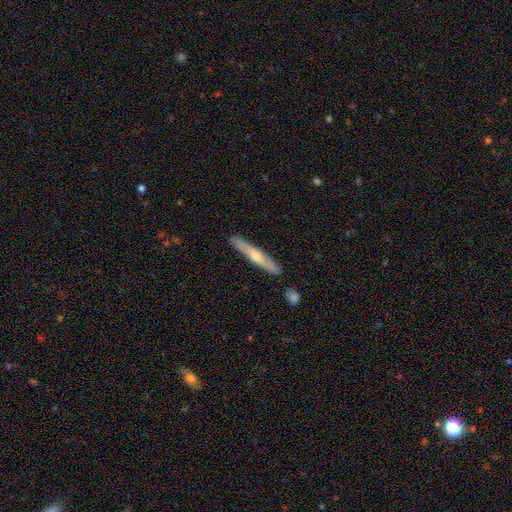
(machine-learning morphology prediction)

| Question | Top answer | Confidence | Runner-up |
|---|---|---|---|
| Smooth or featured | featured or disk | 50% | smooth (45%) |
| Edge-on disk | yes | 91% | no (9%) |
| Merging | none | 88% | minor disturbance (8%) |